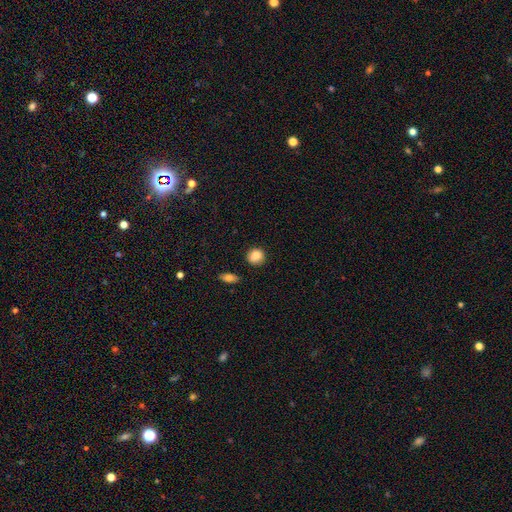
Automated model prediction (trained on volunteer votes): Smooth or featured? Predicted: smooth (p=0.87). How rounded? Predicted: round (p=0.85). Merging? Predicted: none (p=0.84).